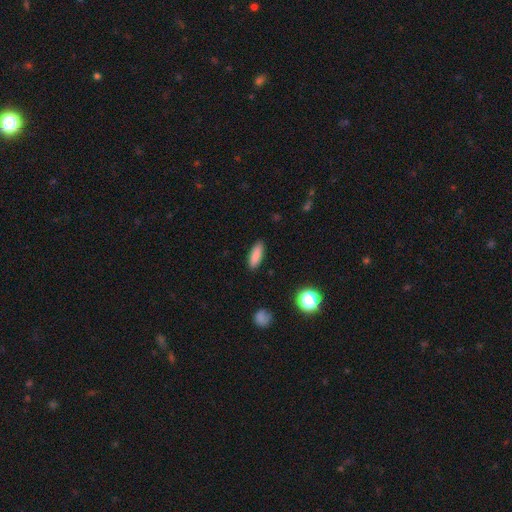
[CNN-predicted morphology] Q: Smooth or featured?
A: smooth (86%); runner-up: star or artifact (8%)
Q: How rounded?
A: in between (62%); runner-up: cigar-shaped (36%)
Q: Merging?
A: none (88%); runner-up: minor disturbance (9%)